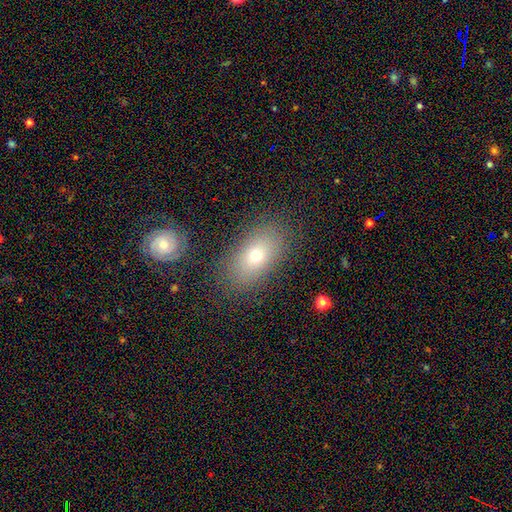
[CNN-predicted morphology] smooth-or-featured: smooth: 67% | featured or disk: 21% | star or artifact: 12%
  how-rounded: in between: 87% | round: 11% | cigar-shaped: 3%
  merging: none: 82% | minor disturbance: 11% | major disturbance: 4% | merger: 3%